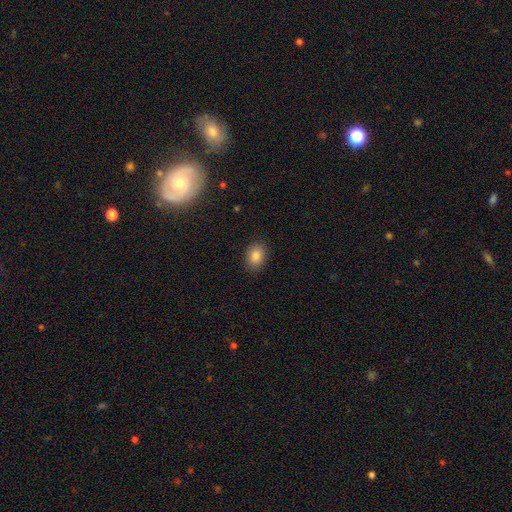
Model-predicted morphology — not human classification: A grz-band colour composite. It shows a smooth galaxy with no disk features (85%) that is in between round and cigar-shaped (70%). Merging: none (88%).